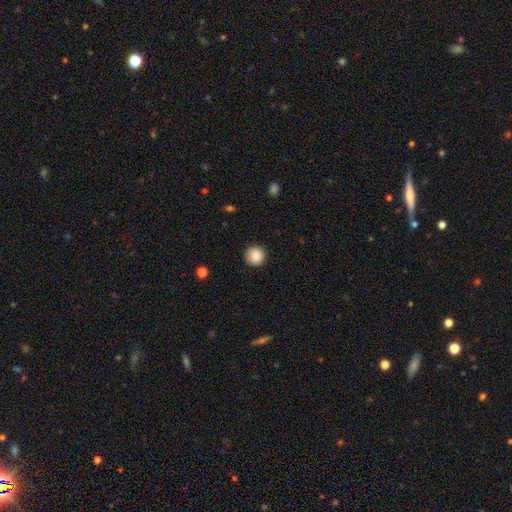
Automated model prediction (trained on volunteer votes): smooth-or-featured: smooth: 88% | star or artifact: 9% | featured or disk: 4%
  how-rounded: round: 94% | in between: 5% | cigar-shaped: 1%
  merging: none: 88% | minor disturbance: 9% | major disturbance: 2% | merger: 1%